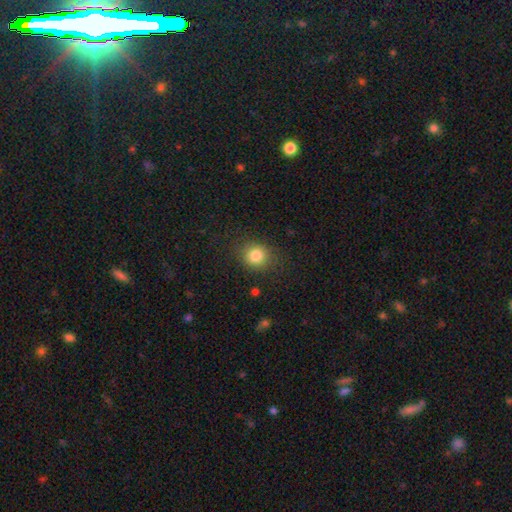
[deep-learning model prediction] Smooth or featured? smooth (83%)
How rounded? round (81%)
Merging? none (85%)